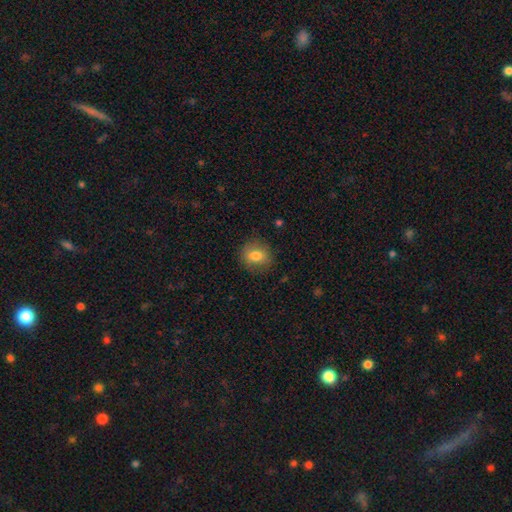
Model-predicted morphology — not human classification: Smooth or featured: smooth — 78% (featured or disk — 13%)
How rounded: round — 70% (in between — 29%)
Merging: none — 84% (minor disturbance — 11%)